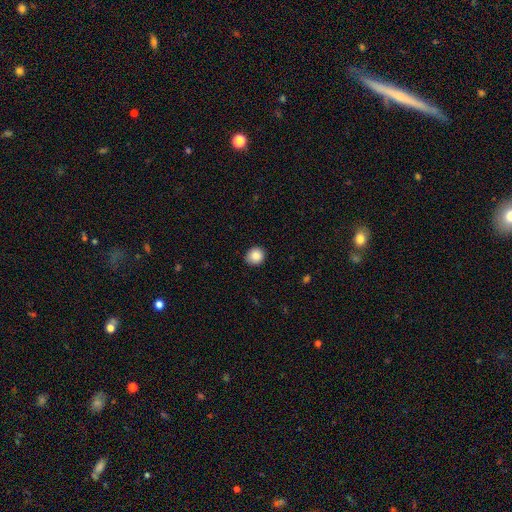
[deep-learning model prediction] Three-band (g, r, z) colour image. It shows a smooth galaxy with no disk features (87%) that is round (87%). Merging: none (89%).